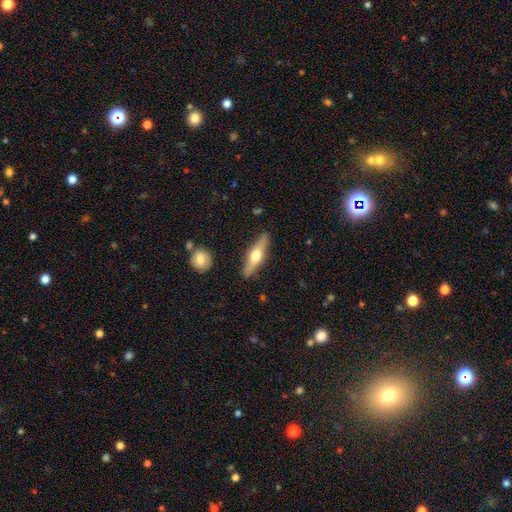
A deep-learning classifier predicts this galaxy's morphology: This appears to be a featured or disk galaxy (53%) viewed edge-on (91%). Merging: none (87%).